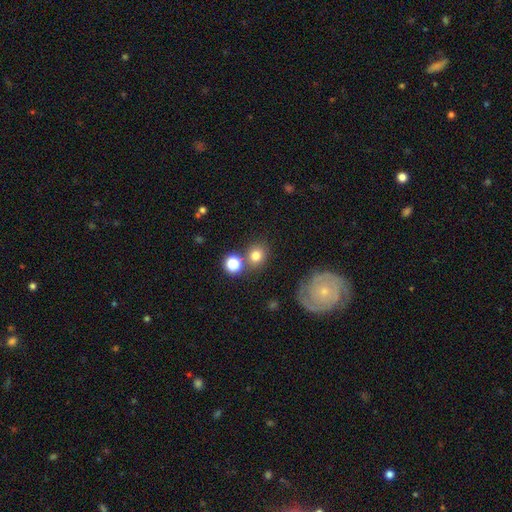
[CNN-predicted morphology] This is likely a smooth galaxy (75%). How rounded: likely round (78%). Merging: likely none (68%).